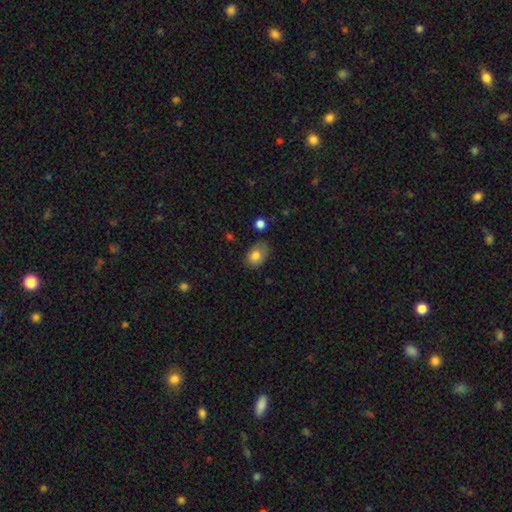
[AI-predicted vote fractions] Smooth or featured? smooth (81%)
How rounded? in between (80%)
Merging? none (72%)